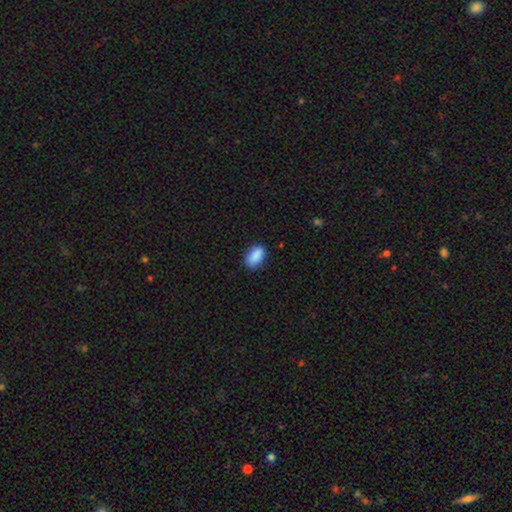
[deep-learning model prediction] smooth_or_featured: smooth (p=0.89) [alt: star or artifact p=0.07]
how_rounded: in between (p=0.90) [alt: round p=0.07]
merging: none (p=0.79) [alt: minor disturbance p=0.17]